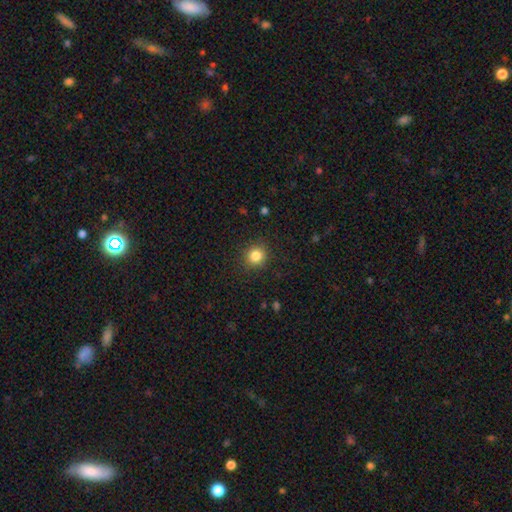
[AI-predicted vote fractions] smooth-or-featured: smooth: 84% | star or artifact: 11% | featured or disk: 5%
  how-rounded: round: 86% | in between: 13% | cigar-shaped: 1%
  merging: none: 89% | minor disturbance: 7% | major disturbance: 3% | merger: 1%